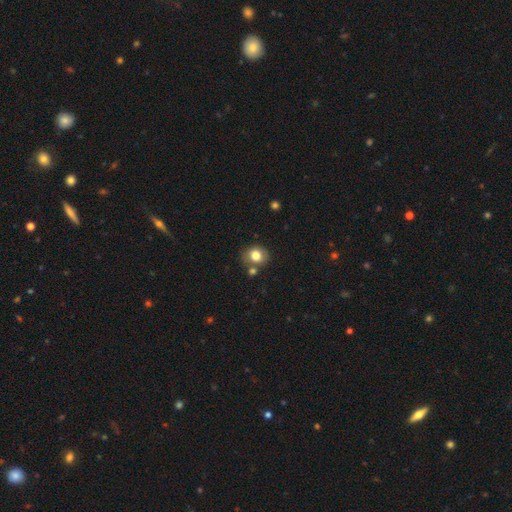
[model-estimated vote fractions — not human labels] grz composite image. It shows a smooth galaxy with no disk features (78%) that is round (68%). Merging: none (69%).